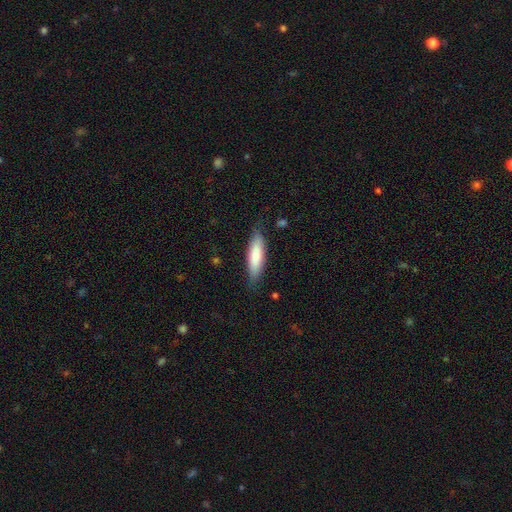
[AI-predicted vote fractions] This is clearly a smooth galaxy (82%). How rounded: possibly cigar-shaped (57%). Merging: clearly none (80%).